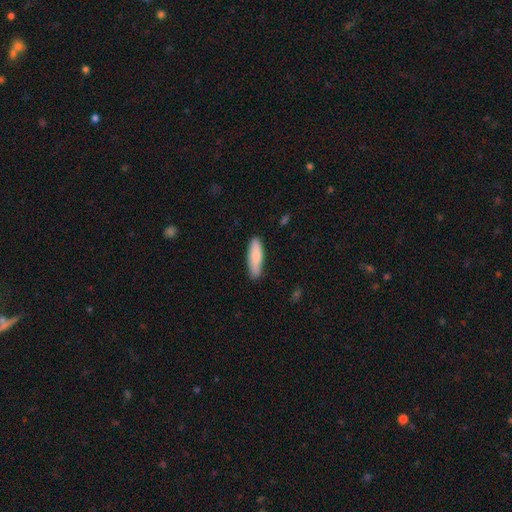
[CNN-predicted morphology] Smooth or featured: smooth — 84% (featured or disk — 11%)
How rounded: cigar-shaped — 65% (in between — 33%)
Merging: none — 84% (minor disturbance — 13%)